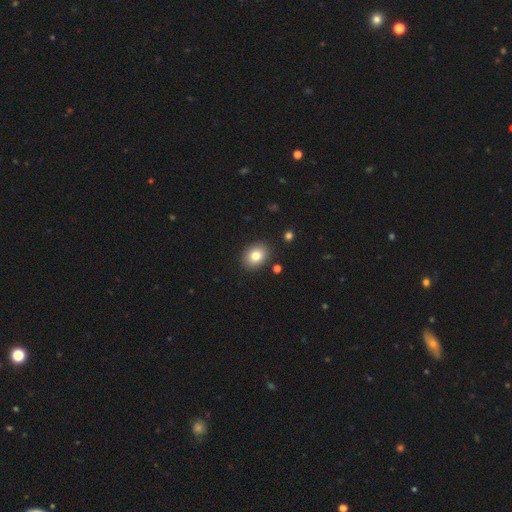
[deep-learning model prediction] This is clearly a smooth galaxy (80%). How rounded: possibly in between (56%). Merging: clearly none (88%).